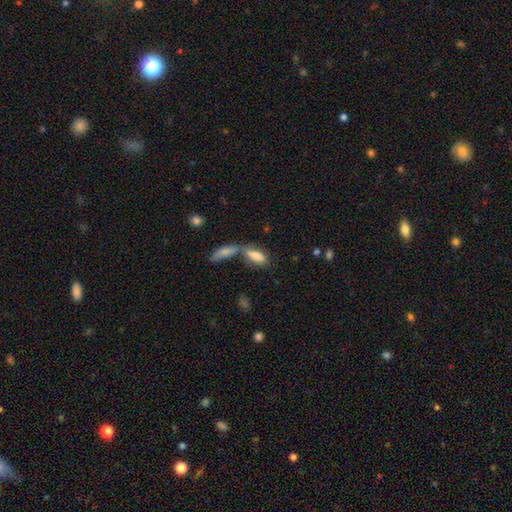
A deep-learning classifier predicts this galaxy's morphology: smooth_or_featured: smooth (p=0.80) [alt: featured or disk p=0.12]
how_rounded: in between (p=0.75) [alt: cigar-shaped p=0.23]
merging: merger (p=0.59) [alt: none p=0.26]